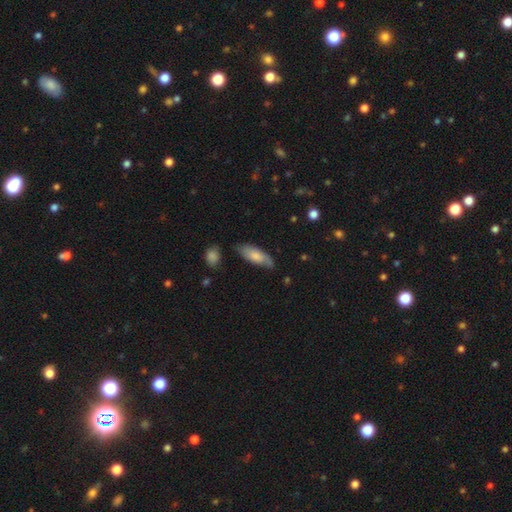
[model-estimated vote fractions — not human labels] This is likely a smooth galaxy (71%). How rounded: likely in between (76%). Merging: likely none (65%).